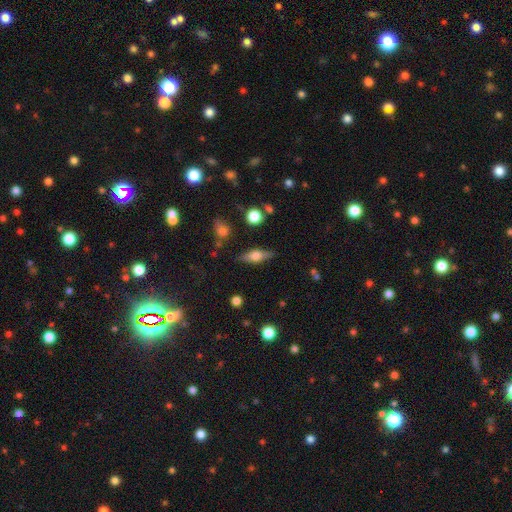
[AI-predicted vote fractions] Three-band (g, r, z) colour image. It shows a smooth galaxy with no disk features (52%) that is in between round and cigar-shaped (59%). Merging: none (81%).